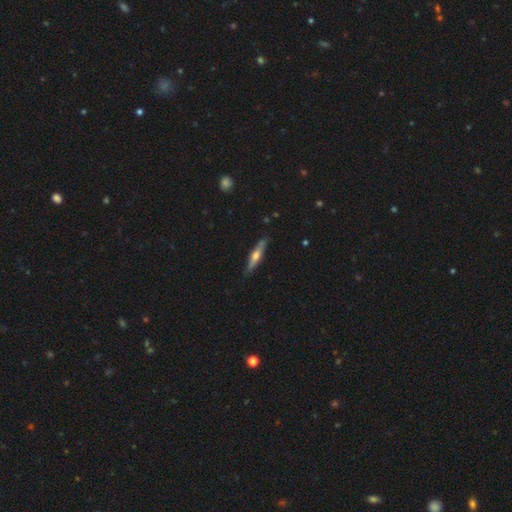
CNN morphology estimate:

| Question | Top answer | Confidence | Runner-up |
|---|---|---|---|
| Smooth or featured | featured or disk | 56% | smooth (39%) |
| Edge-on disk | yes | 93% | no (7%) |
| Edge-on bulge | rounded | 87% | none (7%) |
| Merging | none | 84% | minor disturbance (13%) |